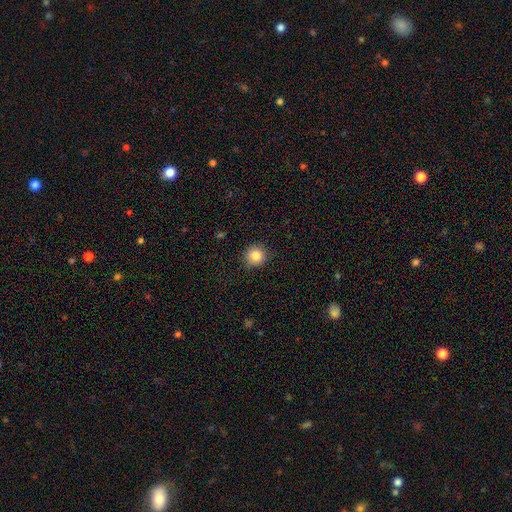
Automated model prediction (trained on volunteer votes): The model was most divided on "smooth or featured": smooth: 84%, star or artifact: 10%, featured or disk: 6%. More confident: how rounded — round (91%); merging — none (88%).